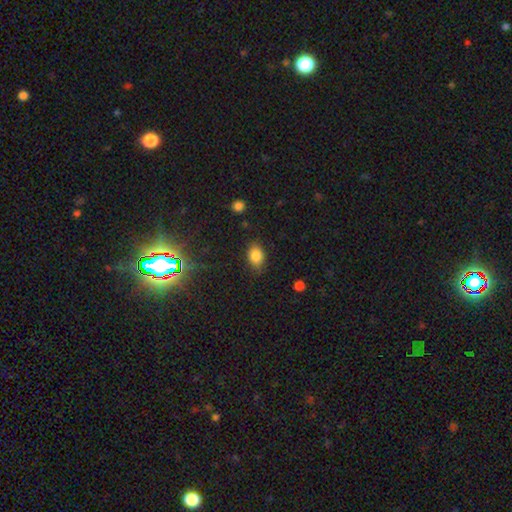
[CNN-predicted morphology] Smooth or featured?
  - smooth: 84% *
  - star or artifact: 11%
  - featured or disk: 6%
How rounded?
  - in between: 71% *
  - round: 27%
  - cigar-shaped: 1%
Merging?
  - none: 80% *
  - minor disturbance: 16%
  - major disturbance: 3%
  - merger: 1%